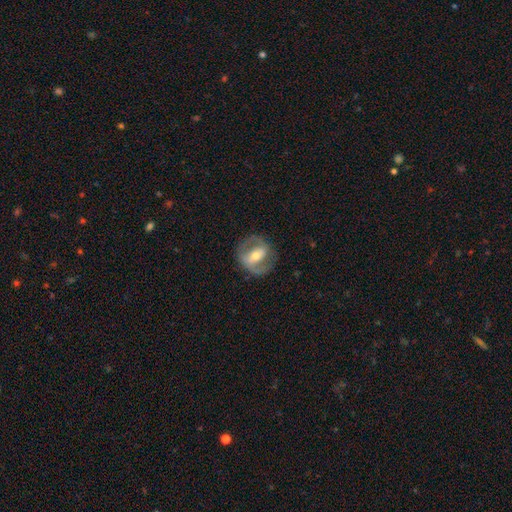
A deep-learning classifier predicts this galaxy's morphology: Smooth or featured: featured or disk — 73% (smooth — 21%)
Edge-on disk: no — 95% (yes — 5%)
Bar: strong — 48% (weak — 33%)
Spiral arms: yes — 69% (no — 31%)
Bulge size: moderate — 60% (small — 32%)
Merging: none — 78% (minor disturbance — 13%)